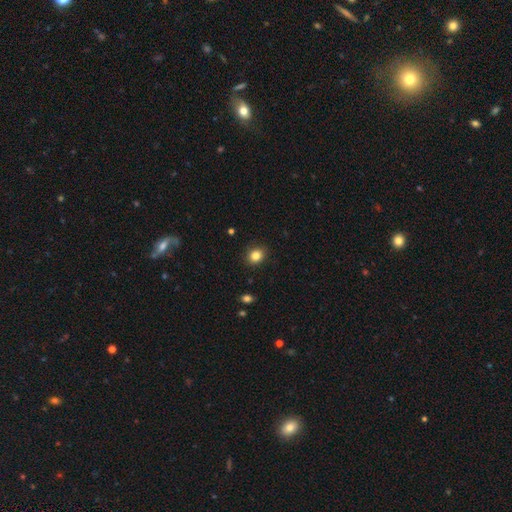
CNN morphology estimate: This is clearly a smooth galaxy (84%). How rounded: likely round (64%). Merging: clearly none (88%).